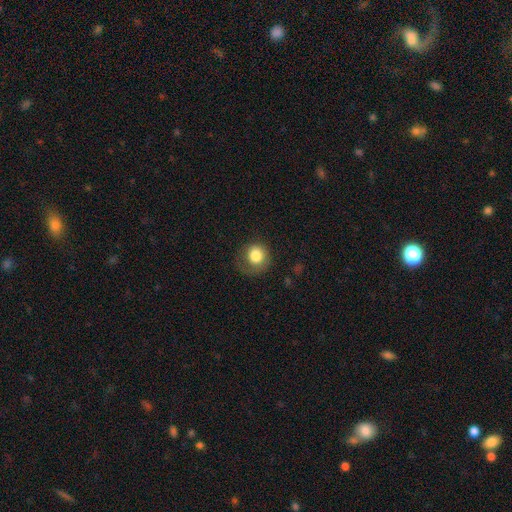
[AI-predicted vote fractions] Smooth or featured? Predicted: smooth (p=0.80). How rounded? Predicted: round (p=0.86). Merging? Predicted: none (p=0.58).